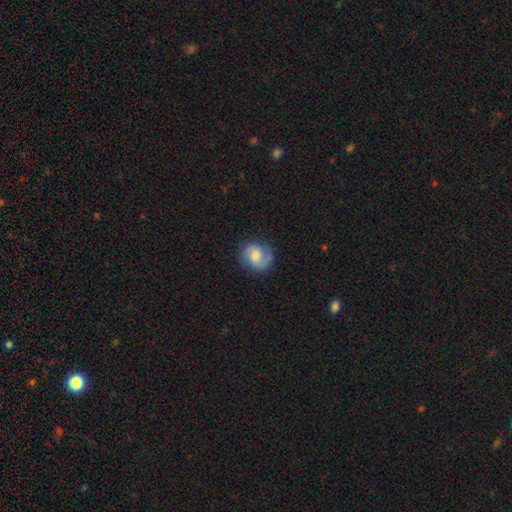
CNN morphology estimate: Overall: featured or disk (55%; smooth 38%). Edge-on disk: no (98%). Bar: no (58%; weak 37%). Spiral arms: yes (90%). Bulge size: moderate (52%; small 22%). Merging: none (76%).